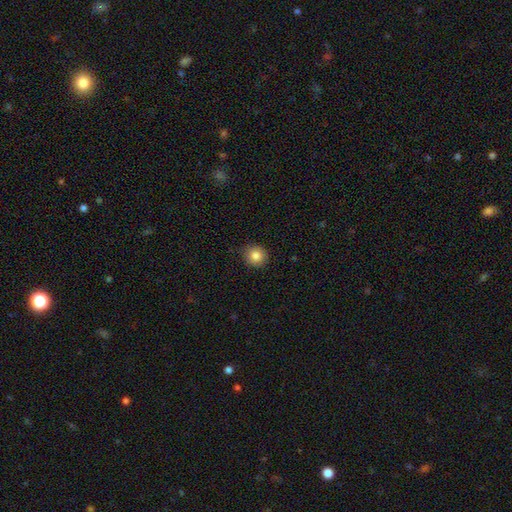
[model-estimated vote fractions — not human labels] Smooth or featured?
  - smooth: 83% *
  - star or artifact: 10%
  - featured or disk: 7%
How rounded?
  - round: 90% *
  - in between: 9%
  - cigar-shaped: 1%
Merging?
  - none: 87% *
  - minor disturbance: 10%
  - major disturbance: 2%
  - merger: 1%